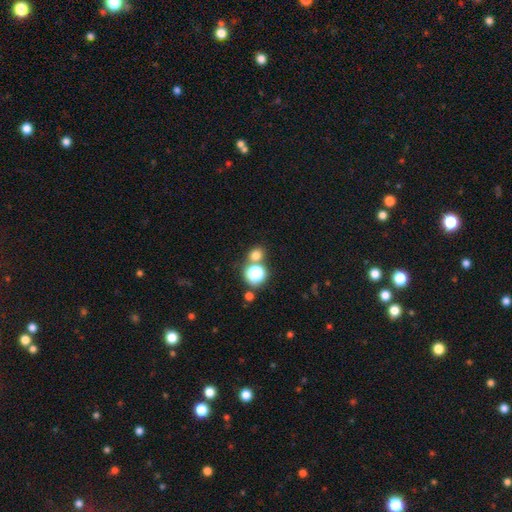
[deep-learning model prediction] smooth-or-featured: smooth: 69% | star or artifact: 24% | featured or disk: 7%
  how-rounded: round: 77% | in between: 22% | cigar-shaped: 1%
  merging: none: 67% | merger: 22% | minor disturbance: 7% | major disturbance: 3%